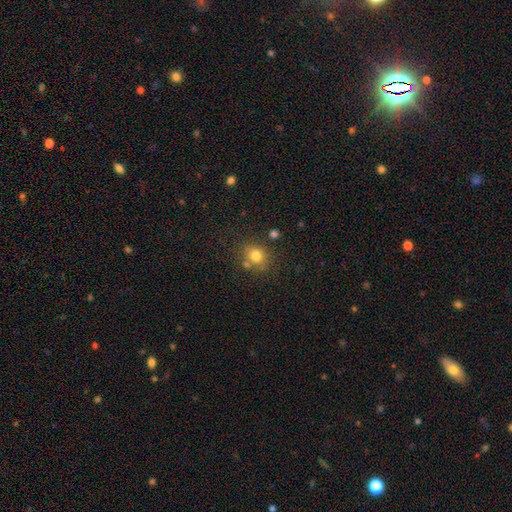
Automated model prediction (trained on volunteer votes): Smooth or featured: smooth — 78% (star or artifact — 13%)
How rounded: round — 73% (in between — 26%)
Merging: none — 67% (minor disturbance — 15%)